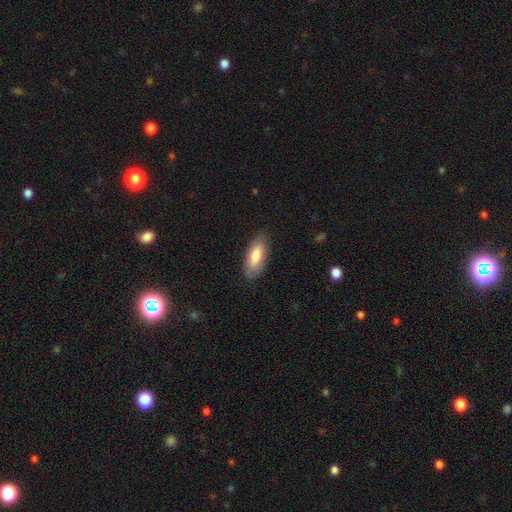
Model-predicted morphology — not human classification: This appears to be a smooth galaxy with no disk features (73%) that is in between round and cigar-shaped (76%). Merging: none (85%).